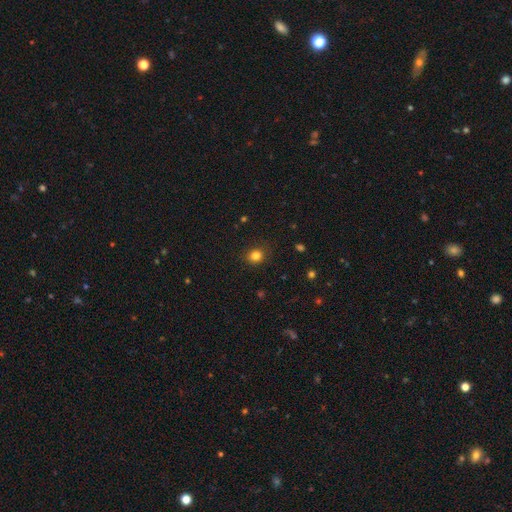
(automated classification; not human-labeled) smooth_or_featured: smooth (p=0.82) [alt: star or artifact p=0.13]
how_rounded: round (p=0.79) [alt: in between p=0.20]
merging: none (p=0.86) [alt: minor disturbance p=0.10]